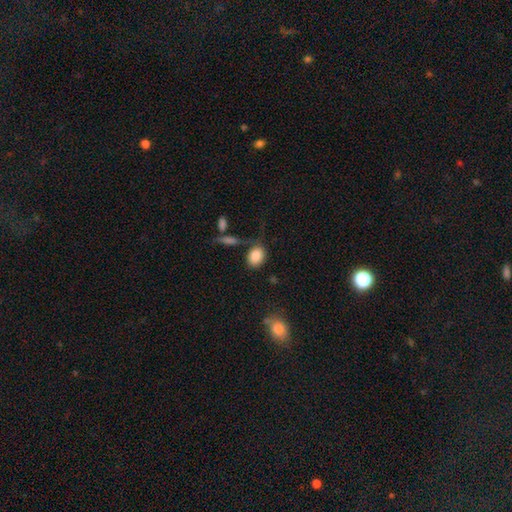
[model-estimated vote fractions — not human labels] A smooth galaxy with no disk features (86%) that is in between round and cigar-shaped (64%).

Vote fractions:
- Smooth or featured? smooth: 86% / star or artifact: 8% / featured or disk: 6%
- How rounded? in between: 64% / round: 34% / cigar-shaped: 2%
- Merging? none: 65% / minor disturbance: 19% / merger: 9% / major disturbance: 8%